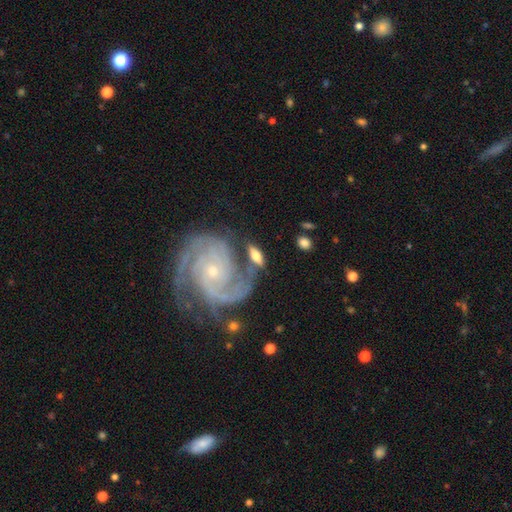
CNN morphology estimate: Smooth or featured? Predicted: featured or disk (p=0.55). Edge-on disk? Predicted: no (p=0.76). Merging? Predicted: none (p=0.55).